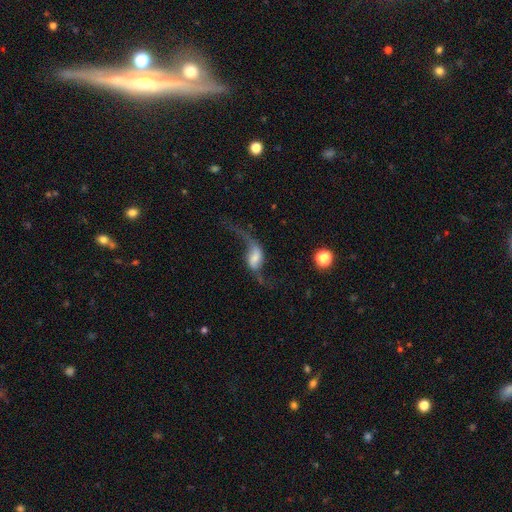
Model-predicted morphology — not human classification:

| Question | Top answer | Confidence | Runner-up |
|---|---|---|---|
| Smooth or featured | featured or disk | 79% | smooth (14%) |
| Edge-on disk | no | 94% | yes (6%) |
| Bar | weak | 42% | no (38%) |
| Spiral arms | yes | 93% | no (7%) |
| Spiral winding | loose | 93% | medium (5%) |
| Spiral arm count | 2 | 89% | 1 (6%) |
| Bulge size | small | 26% | moderate (25%) |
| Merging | none | 48% | major disturbance (30%) |